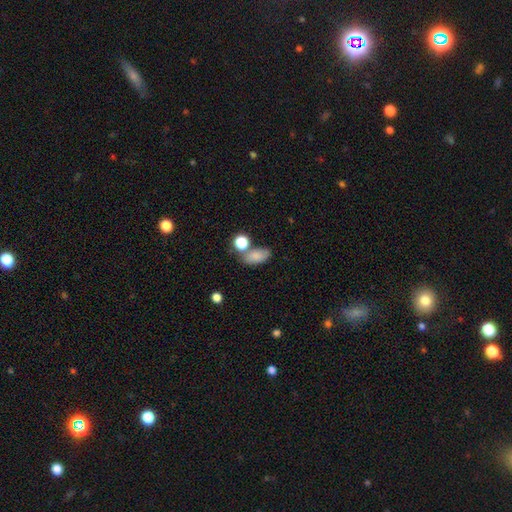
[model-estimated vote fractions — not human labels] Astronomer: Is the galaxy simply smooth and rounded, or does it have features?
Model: smooth — 81%.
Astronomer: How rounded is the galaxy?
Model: in between — 86%.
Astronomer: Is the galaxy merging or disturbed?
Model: none — 55%.